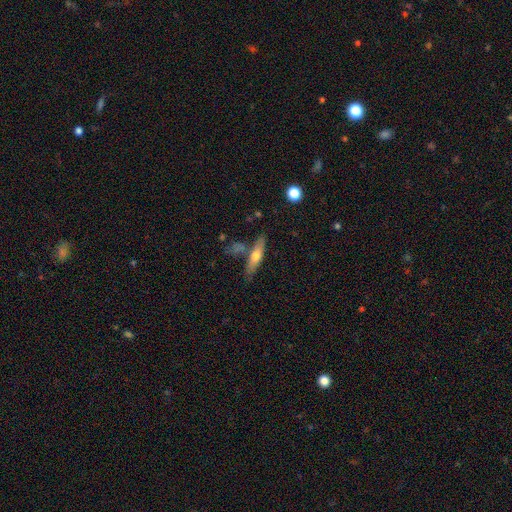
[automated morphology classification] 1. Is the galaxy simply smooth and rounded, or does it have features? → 51% smooth, 43% featured or disk, 6% star or artifact.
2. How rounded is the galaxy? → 77% cigar-shaped, 20% in between, 2% round.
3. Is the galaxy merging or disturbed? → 72% none, 14% minor disturbance, 11% merger, 3% major disturbance.